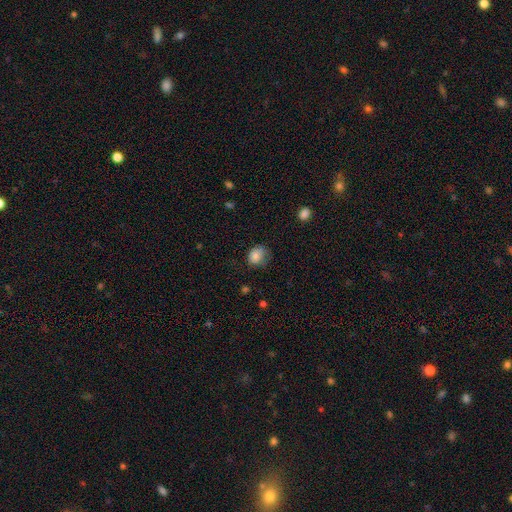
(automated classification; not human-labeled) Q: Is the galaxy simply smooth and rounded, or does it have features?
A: smooth — 83%.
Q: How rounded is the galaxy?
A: round — 59%.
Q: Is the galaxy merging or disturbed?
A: none — 54%.